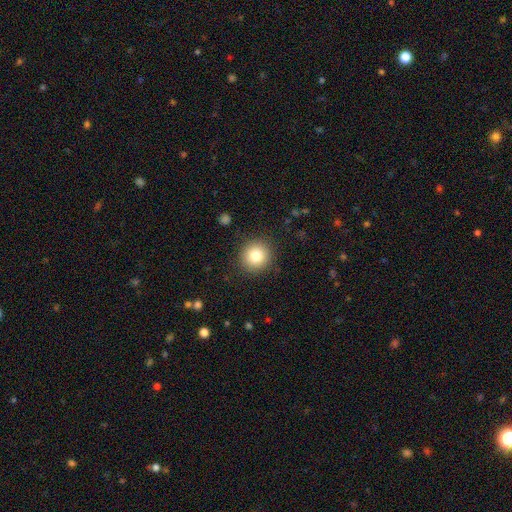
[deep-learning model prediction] Smooth or featured? smooth (82%)
How rounded? round (92%)
Merging? none (90%)